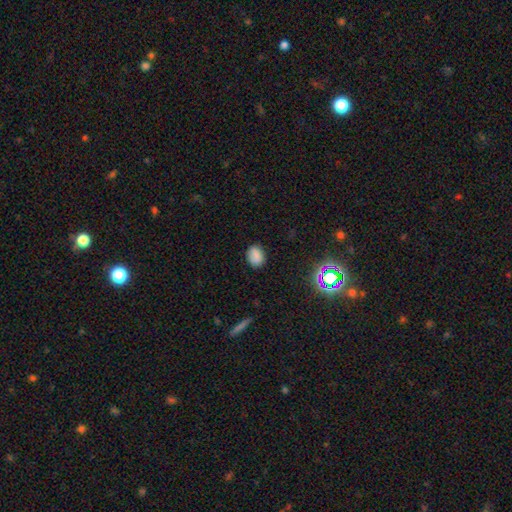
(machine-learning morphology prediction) smooth_or_featured: smooth (p=0.82) [alt: star or artifact p=0.13]
how_rounded: in between (p=0.70) [alt: round p=0.29]
merging: none (p=0.83) [alt: minor disturbance p=0.13]